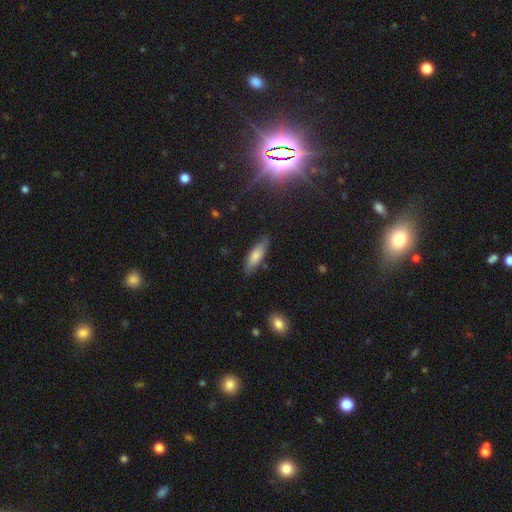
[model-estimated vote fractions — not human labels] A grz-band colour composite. It shows a smooth galaxy with no disk features (76%) that is in between round and cigar-shaped (52%). Merging: none (78%).